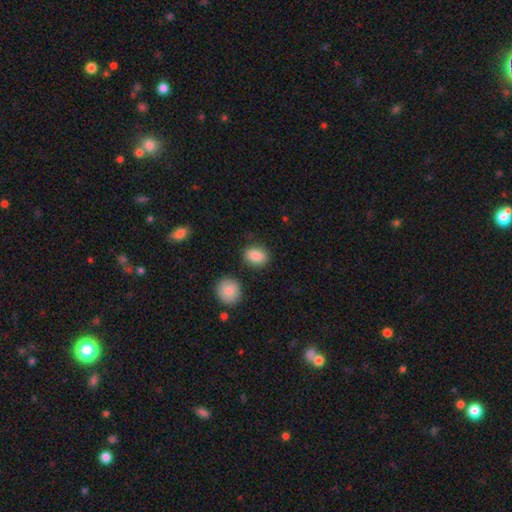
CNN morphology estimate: Smooth or featured?
  - smooth: 87% *
  - star or artifact: 8%
  - featured or disk: 5%
How rounded?
  - in between: 64% *
  - round: 34%
  - cigar-shaped: 1%
Merging?
  - none: 84% *
  - minor disturbance: 10%
  - merger: 3%
  - major disturbance: 3%